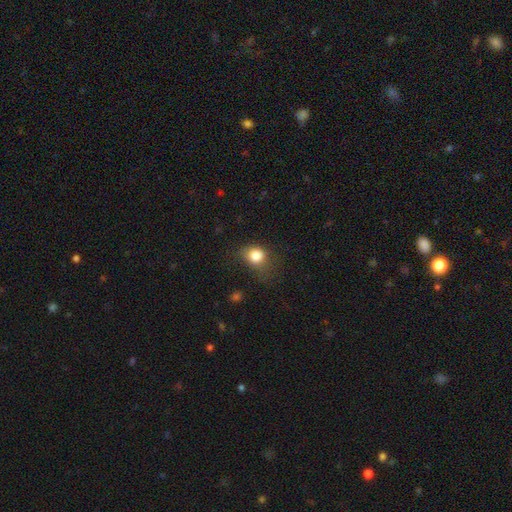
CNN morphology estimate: Smooth or featured? smooth (82%)
How rounded? round (58%)
Merging? none (47%)